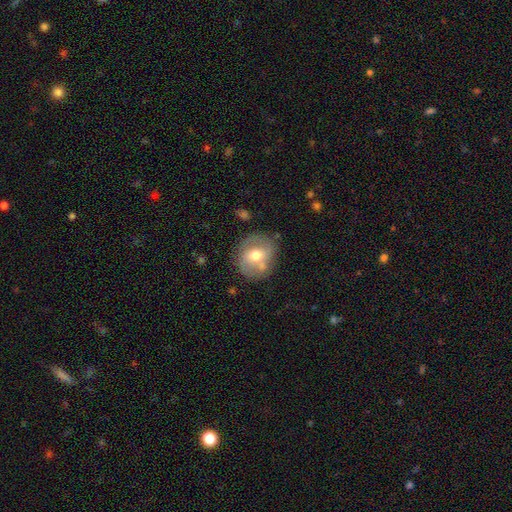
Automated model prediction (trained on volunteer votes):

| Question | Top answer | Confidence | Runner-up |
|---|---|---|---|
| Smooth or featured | smooth | 48% | featured or disk (45%) |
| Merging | none | 65% | minor disturbance (20%) |